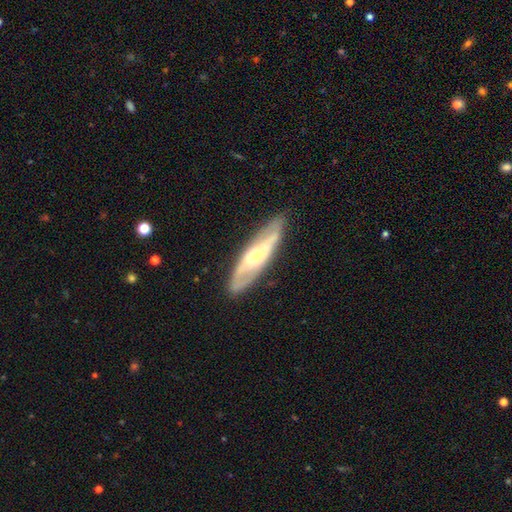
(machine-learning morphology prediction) smooth_or_featured: featured or disk (p=0.68) [alt: smooth p=0.26]
disk_edge_on: no (p=0.65) [alt: yes p=0.35]
merging: none (p=0.83) [alt: minor disturbance p=0.12]